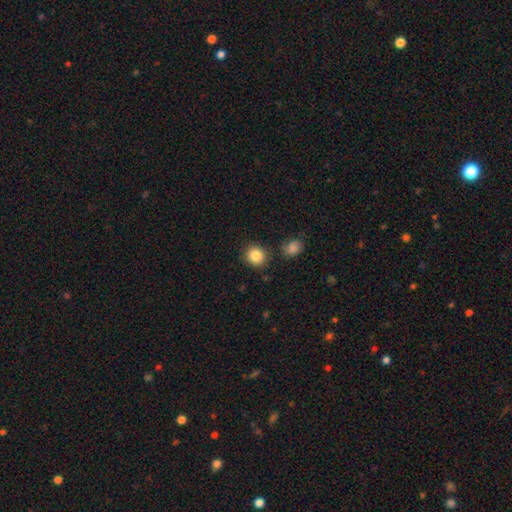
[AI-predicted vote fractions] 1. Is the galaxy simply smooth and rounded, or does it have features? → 86% smooth, 9% star or artifact, 5% featured or disk.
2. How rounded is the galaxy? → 84% round, 15% in between, 1% cigar-shaped.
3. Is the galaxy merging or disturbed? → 85% none, 9% minor disturbance, 4% merger, 3% major disturbance.